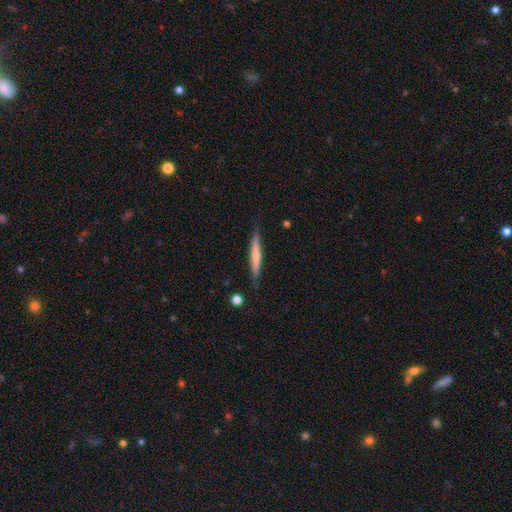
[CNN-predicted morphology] Smooth or featured?
  - smooth: 55% *
  - featured or disk: 40%
  - star or artifact: 6%
How rounded?
  - cigar-shaped: 95% *
  - in between: 4%
  - round: 1%
Merging?
  - none: 83% *
  - minor disturbance: 13%
  - major disturbance: 2%
  - merger: 2%